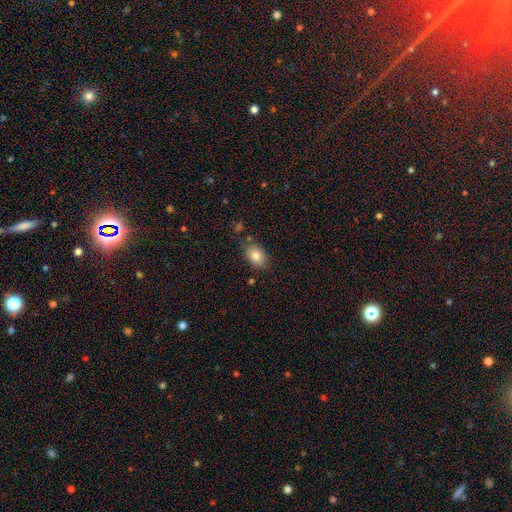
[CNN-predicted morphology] Q: Smooth or featured?
A: smooth (82%); runner-up: featured or disk (10%)
Q: How rounded?
A: in between (83%); runner-up: round (15%)
Q: Merging?
A: none (73%); runner-up: minor disturbance (18%)